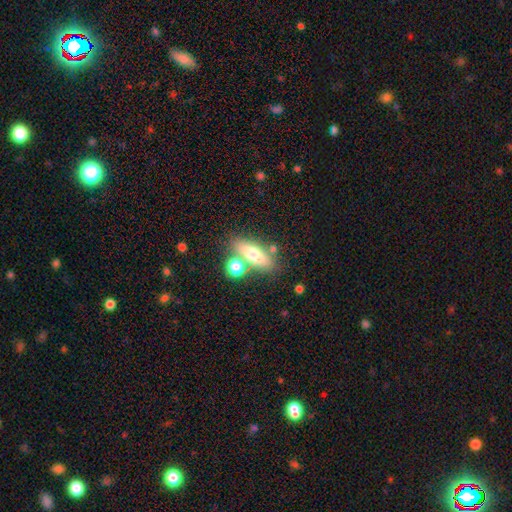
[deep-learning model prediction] A smooth galaxy with no disk features (59%) that is in between round and cigar-shaped (56%). Merging: none (65%).